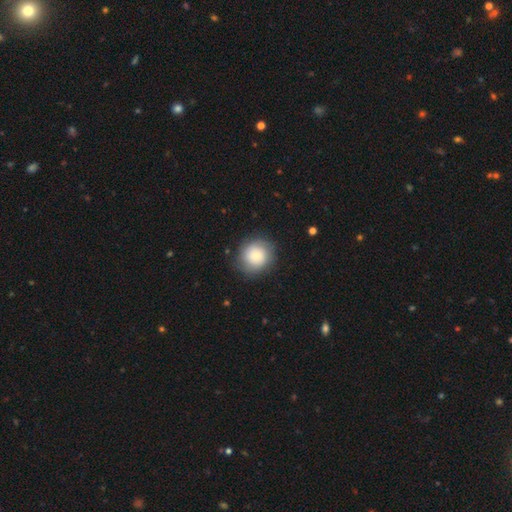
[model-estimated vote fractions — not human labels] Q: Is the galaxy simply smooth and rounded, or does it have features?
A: smooth — 79%.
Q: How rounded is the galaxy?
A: round — 88%.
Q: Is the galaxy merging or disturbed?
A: none — 83%.